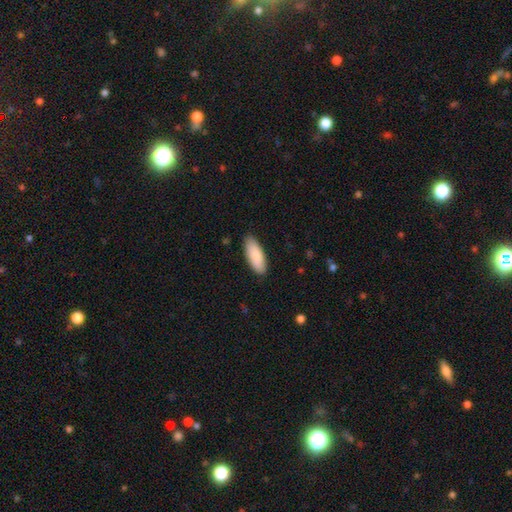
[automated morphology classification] A smooth galaxy with no disk features (87%) that is in between round and cigar-shaped (72%). Merging: none (88%).